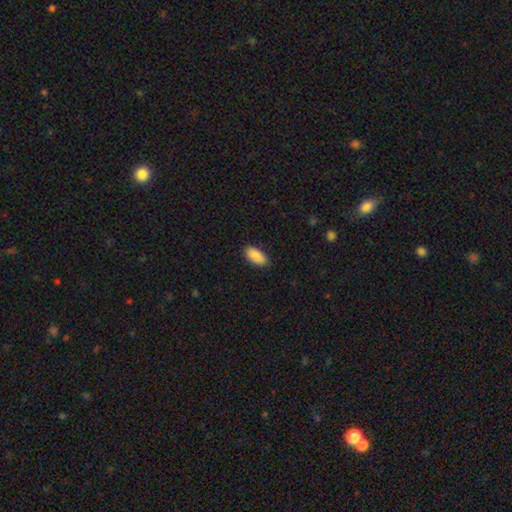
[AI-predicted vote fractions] smooth_or_featured: smooth (p=0.89) [alt: star or artifact p=0.06]
how_rounded: in between (p=0.92) [alt: cigar-shaped p=0.06]
merging: none (p=0.89) [alt: minor disturbance p=0.08]